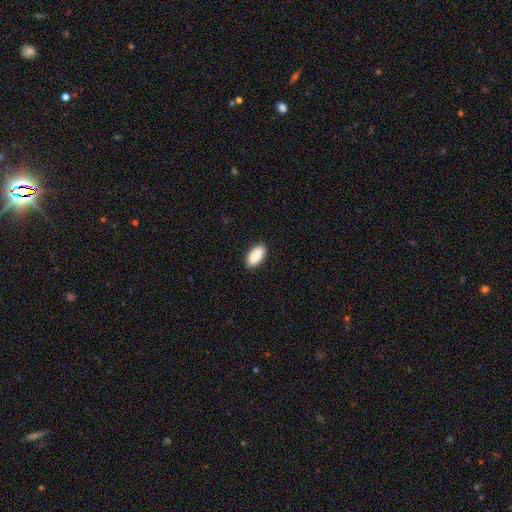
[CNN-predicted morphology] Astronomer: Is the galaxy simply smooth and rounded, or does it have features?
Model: smooth — 90%.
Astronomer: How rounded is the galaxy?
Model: in between — 88%.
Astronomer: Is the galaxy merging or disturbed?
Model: none — 90%.